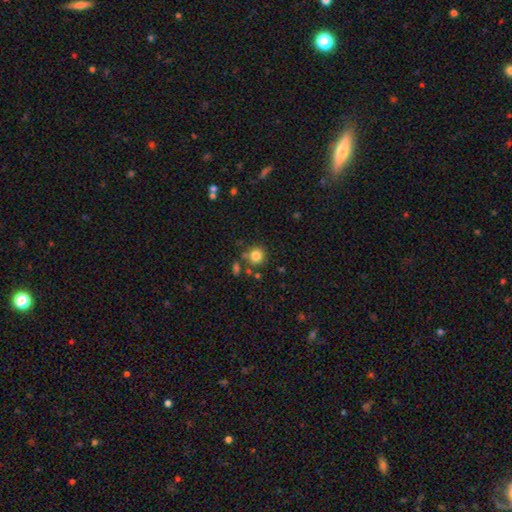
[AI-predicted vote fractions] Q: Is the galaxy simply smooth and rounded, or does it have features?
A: smooth — 83%.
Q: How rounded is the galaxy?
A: round — 89%.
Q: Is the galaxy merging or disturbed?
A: none — 73%.